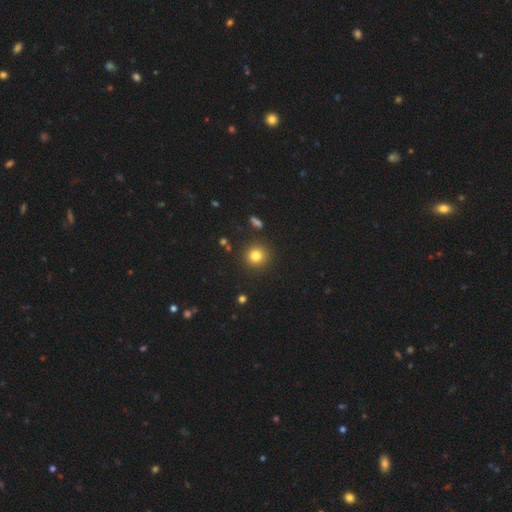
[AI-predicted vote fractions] Morphology: type=smooth (80%); roundness=round (93%); merging=none (90%).